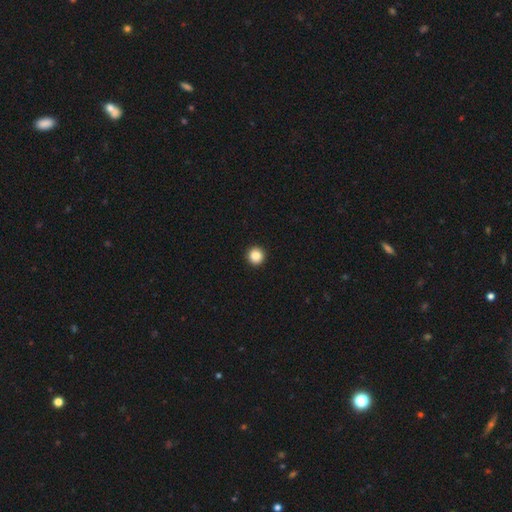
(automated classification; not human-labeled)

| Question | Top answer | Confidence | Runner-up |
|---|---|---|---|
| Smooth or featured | smooth | 88% | star or artifact (9%) |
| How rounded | round | 96% | in between (3%) |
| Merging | none | 94% | minor disturbance (4%) |